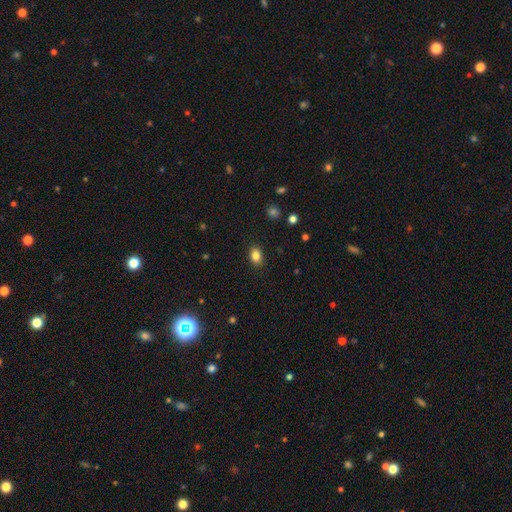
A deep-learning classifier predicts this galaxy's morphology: A smooth galaxy with no disk features (83%) that is in between round and cigar-shaped (76%).

Vote fractions:
- Smooth or featured? smooth: 83% / star or artifact: 10% / featured or disk: 7%
- How rounded? in between: 76% / round: 22% / cigar-shaped: 1%
- Merging? none: 88% / minor disturbance: 9% / major disturbance: 2% / merger: 1%